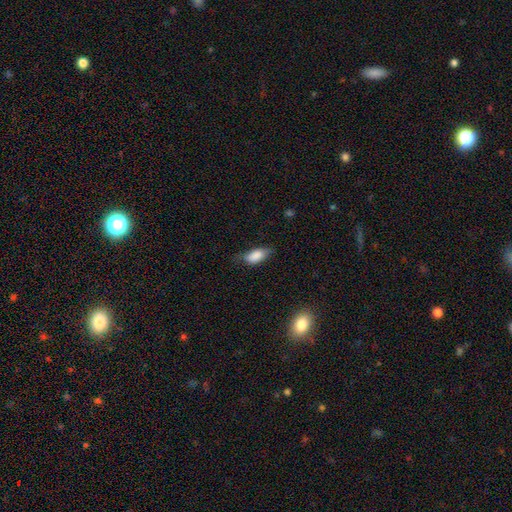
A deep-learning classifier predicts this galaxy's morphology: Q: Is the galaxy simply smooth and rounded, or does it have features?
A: smooth — 84%.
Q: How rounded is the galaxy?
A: in between — 85%.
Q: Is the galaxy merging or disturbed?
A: none — 60%.